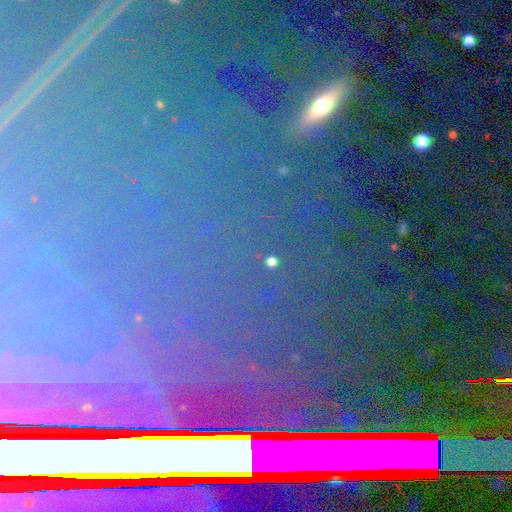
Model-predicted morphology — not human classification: smooth_or_featured: star or artifact (p=0.64) [alt: smooth p=0.22]